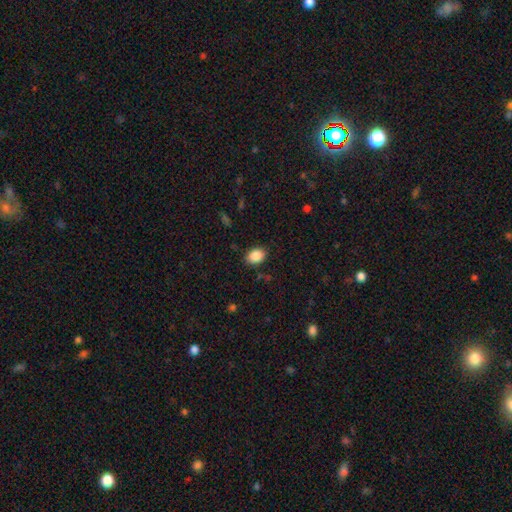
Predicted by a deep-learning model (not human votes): Smooth or featured? smooth (88%)
How rounded? in between (67%)
Merging? none (86%)